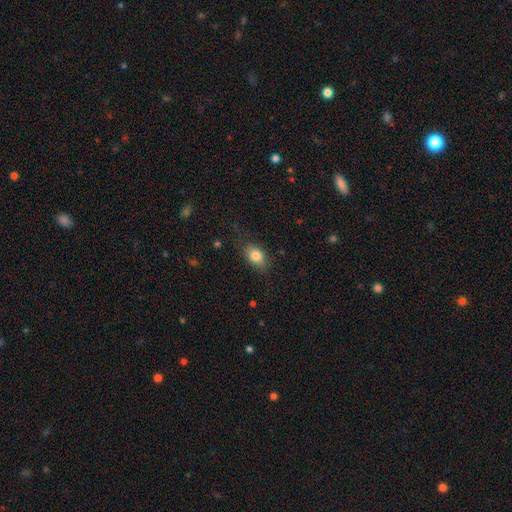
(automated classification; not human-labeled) smooth 82%, featured or disk 10%, star or artifact 8%. Down the decision tree: how rounded — in between (80%); merging — none (76%).